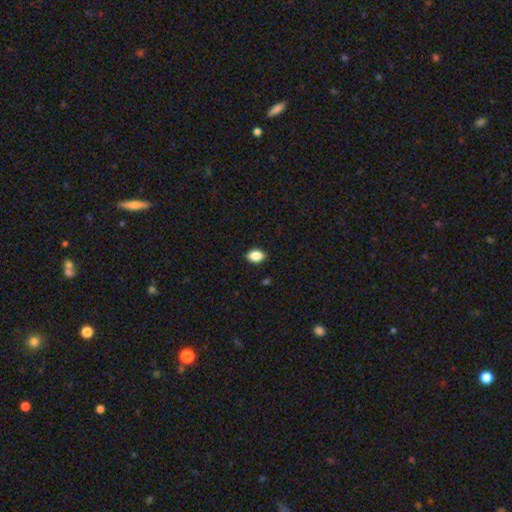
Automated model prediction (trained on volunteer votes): Smooth or featured: smooth — 87% (star or artifact — 8%)
How rounded: in between — 85% (round — 14%)
Merging: none — 89% (minor disturbance — 8%)